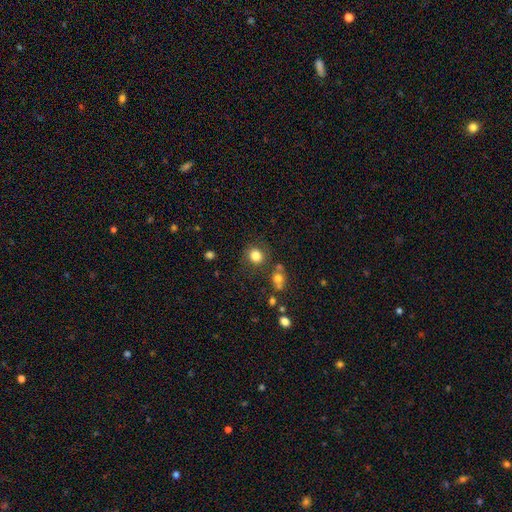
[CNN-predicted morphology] The model was most divided on "merging": none: 80%, minor disturbance: 11%, merger: 6%, major disturbance: 4%. More confident: how rounded — round (85%); smooth or featured — smooth (82%).